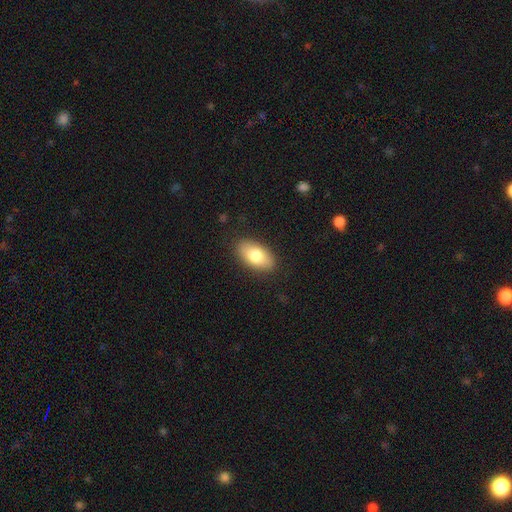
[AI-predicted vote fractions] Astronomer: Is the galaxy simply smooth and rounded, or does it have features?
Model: smooth — 78%.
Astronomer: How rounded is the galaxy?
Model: in between — 93%.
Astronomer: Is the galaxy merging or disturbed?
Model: none — 87%.